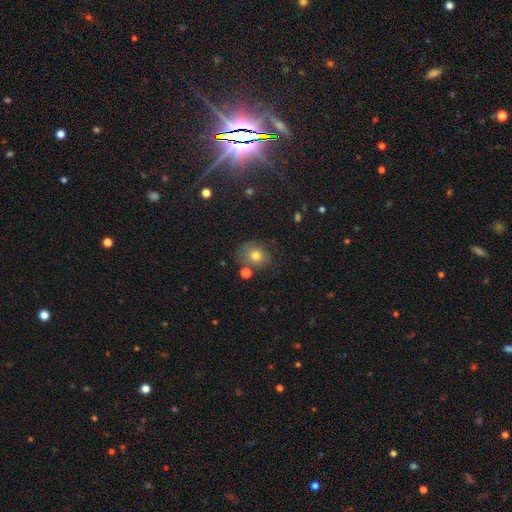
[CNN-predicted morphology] Smooth or featured? smooth (74%)
How rounded? round (68%)
Merging? none (69%)